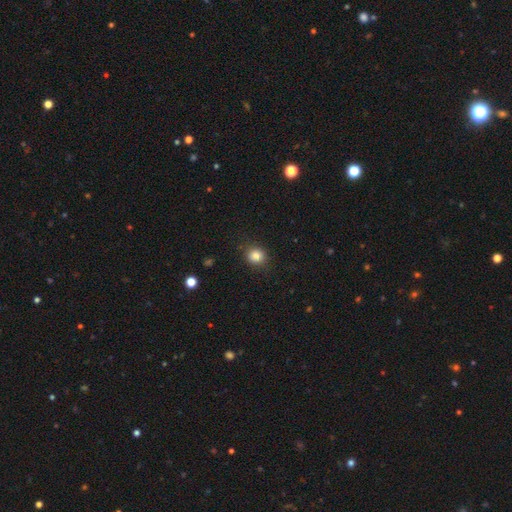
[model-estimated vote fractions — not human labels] Morphology: type=smooth (84%); roundness=round (82%); merging=none (86%).